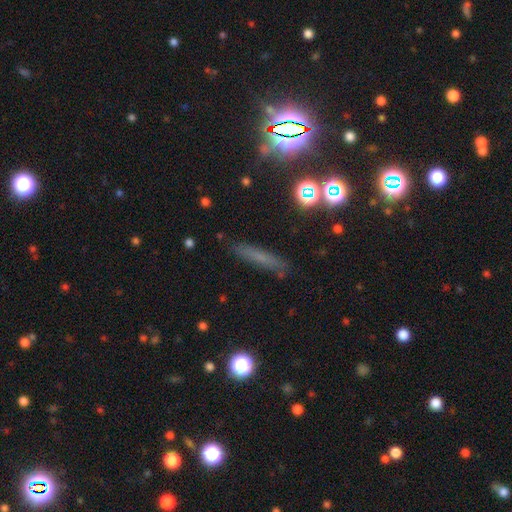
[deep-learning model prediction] smooth 49%, star or artifact 26%, featured or disk 25%. Down the decision tree: merging — none (82%).